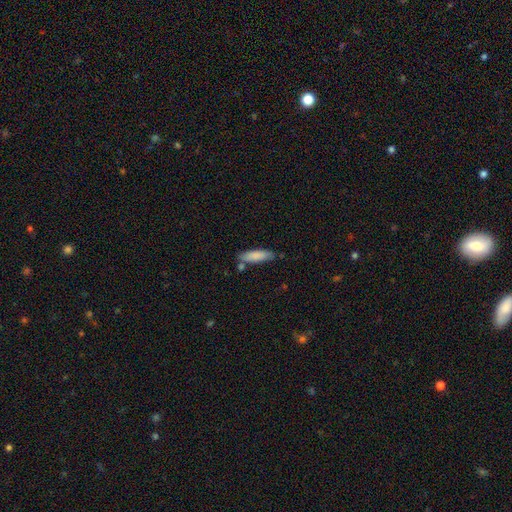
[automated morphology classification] This is clearly a smooth galaxy (84%). How rounded: likely cigar-shaped (62%). Merging: likely none (73%).